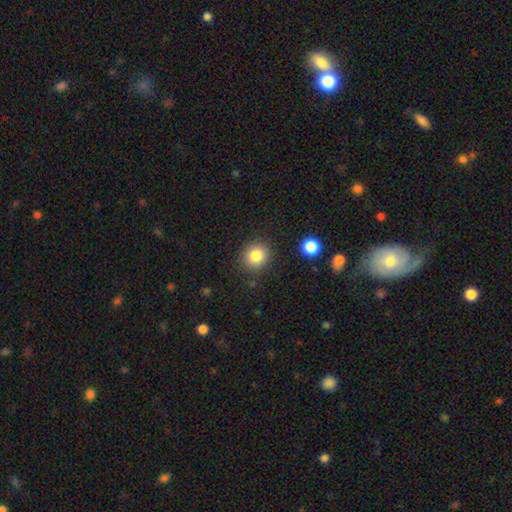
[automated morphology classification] Smooth or featured? smooth (83%)
How rounded? round (84%)
Merging? none (87%)